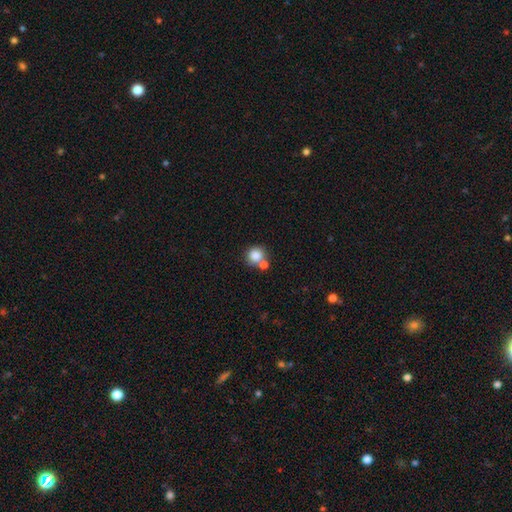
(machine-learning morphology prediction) Overall: smooth (84%). How rounded: round (90%). Merging: none (58%; merger 30%).